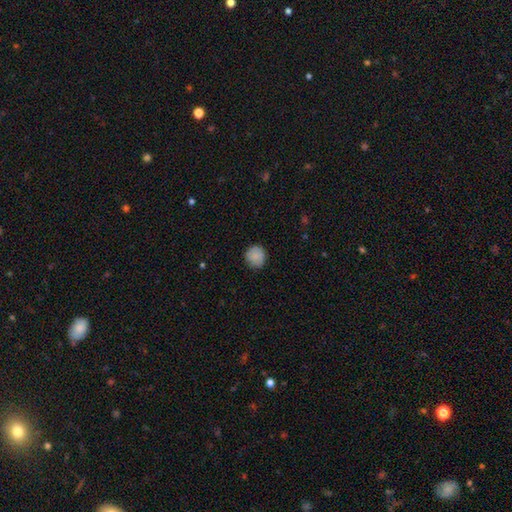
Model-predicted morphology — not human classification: Smooth or featured?
  - smooth: 82% *
  - featured or disk: 10%
  - star or artifact: 8%
How rounded?
  - round: 89% *
  - in between: 10%
  - cigar-shaped: 1%
Merging?
  - none: 81% *
  - minor disturbance: 15%
  - major disturbance: 3%
  - merger: 1%